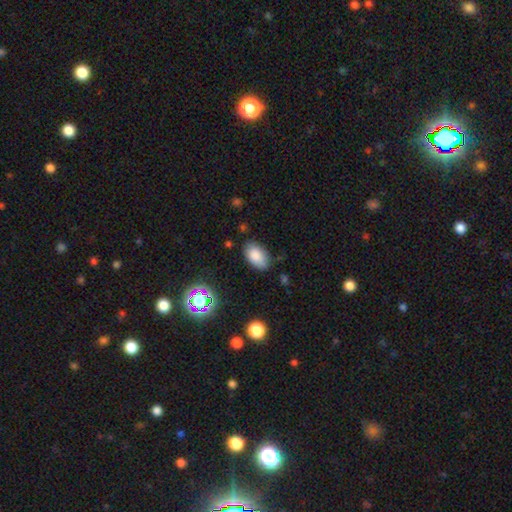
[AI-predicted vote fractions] A smooth galaxy with no disk features (84%) that is in between round and cigar-shaped (93%). Merging: none (80%).